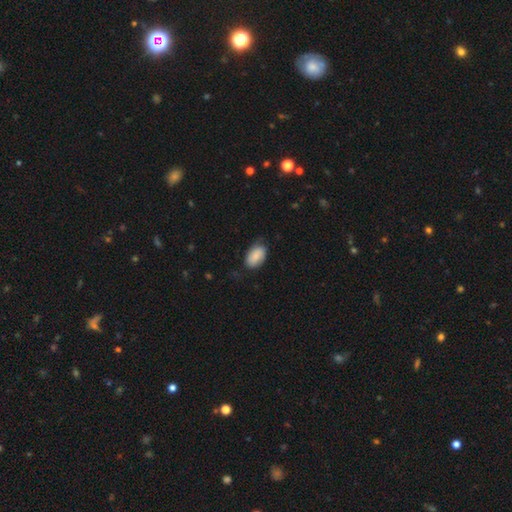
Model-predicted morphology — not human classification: Smooth or featured? smooth (83%)
How rounded? in between (91%)
Merging? none (71%)